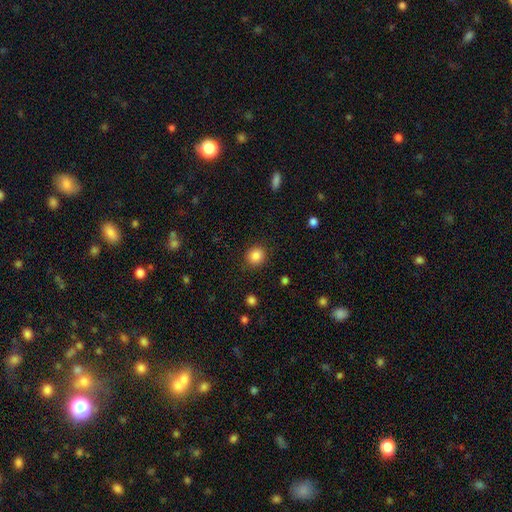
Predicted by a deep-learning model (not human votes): Overall: smooth (86%). How rounded: round (85%). Merging: none (88%).